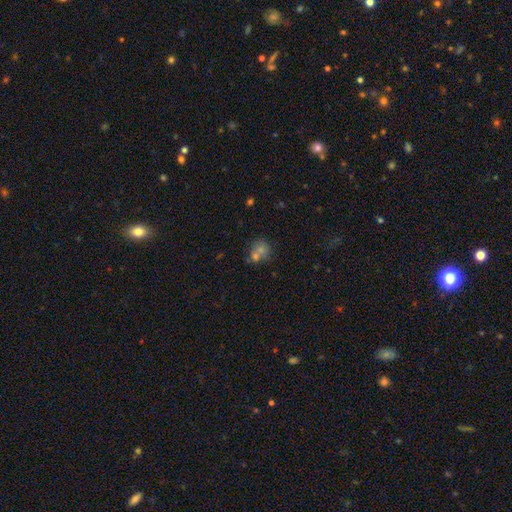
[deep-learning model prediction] The model was most divided on "smooth or featured": smooth: 50%, star or artifact: 35%, featured or disk: 16%. More confident: merging — none (59%).